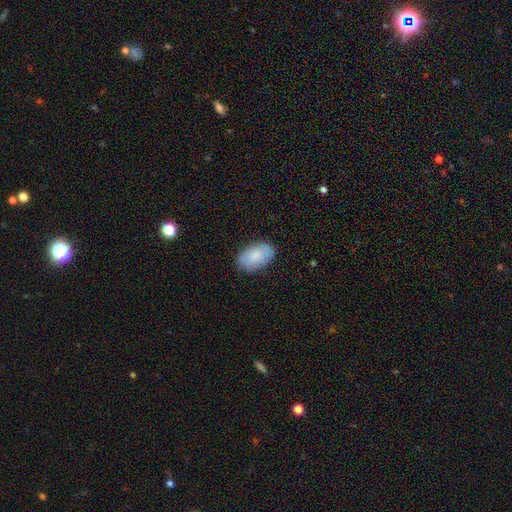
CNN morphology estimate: This appears to be a smooth galaxy with no disk features (75%) that is in between round and cigar-shaped (93%). Merging: none (82%).